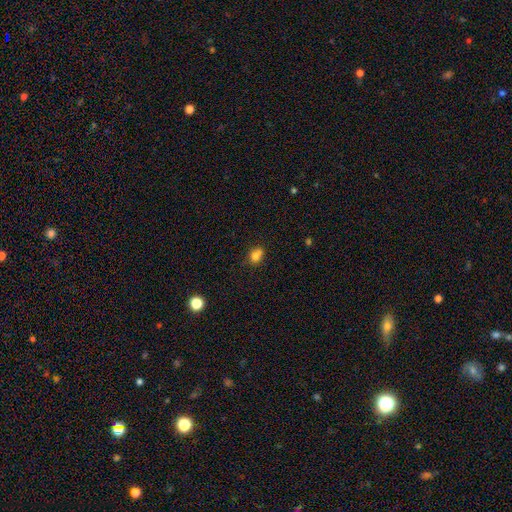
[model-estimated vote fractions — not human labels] Smooth or featured: smooth — 76% (star or artifact — 13%)
How rounded: round — 52% (in between — 47%)
Merging: none — 49% (merger — 24%)